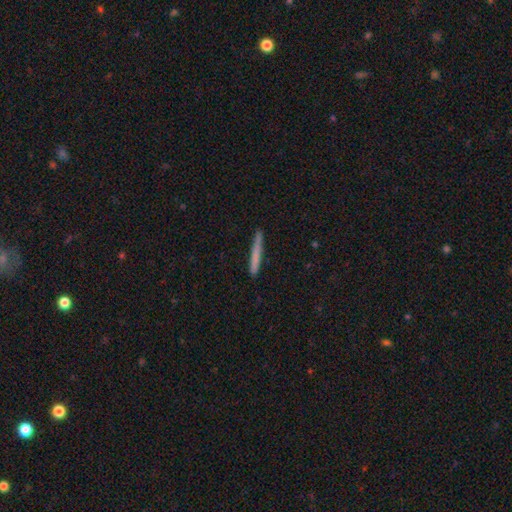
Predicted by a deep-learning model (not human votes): smooth_or_featured: smooth (p=0.72) [alt: featured or disk p=0.22]
how_rounded: cigar-shaped (p=0.97) [alt: in between p=0.02]
merging: none (p=0.89) [alt: minor disturbance p=0.08]